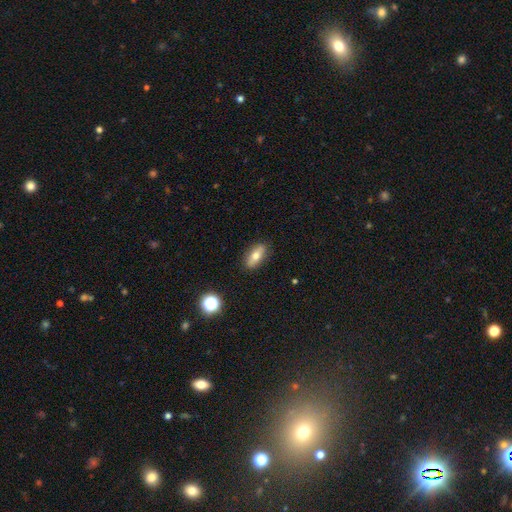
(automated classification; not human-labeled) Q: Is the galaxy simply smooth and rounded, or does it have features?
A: smooth — 65%.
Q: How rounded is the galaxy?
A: in between — 76%.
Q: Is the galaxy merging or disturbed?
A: none — 86%.